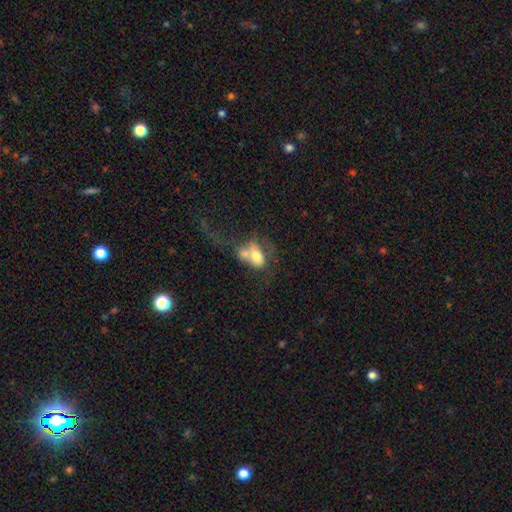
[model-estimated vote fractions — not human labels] smooth-or-featured: smooth: 64% | featured or disk: 28% | star or artifact: 9%
  how-rounded: in between: 75% | round: 23% | cigar-shaped: 2%
  merging: merger: 62% | none: 15% | major disturbance: 14% | minor disturbance: 9%